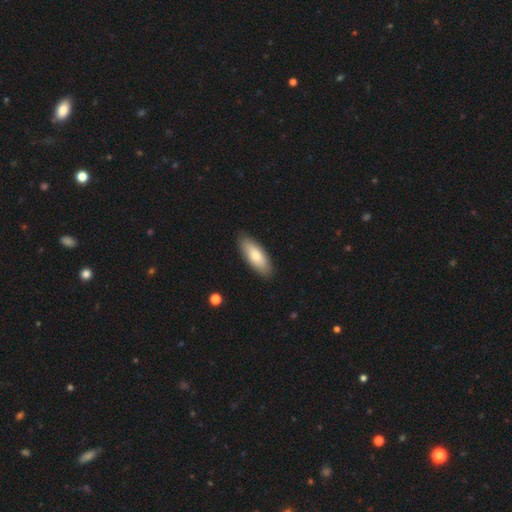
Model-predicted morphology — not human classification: Smooth or featured? smooth (78%)
How rounded? in between (73%)
Merging? none (87%)